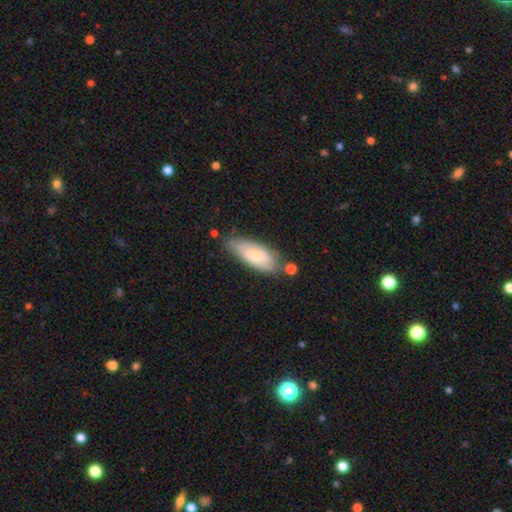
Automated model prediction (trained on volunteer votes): This is likely a smooth galaxy (64%). How rounded: likely in between (79%). Merging: possibly none (59%).